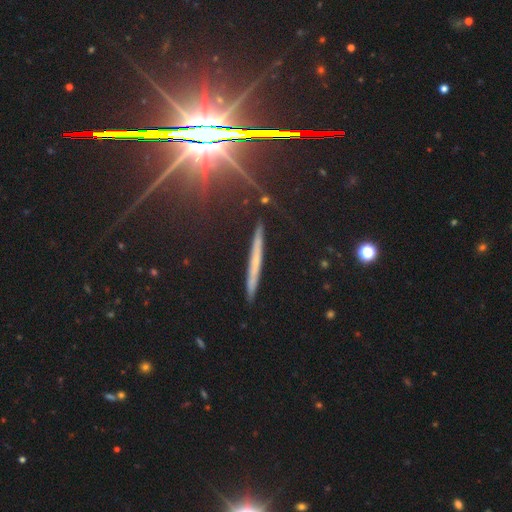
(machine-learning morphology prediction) smooth_or_featured: featured or disk (p=0.50) [alt: smooth p=0.28]
disk_edge_on: yes (p=0.95) [alt: no p=0.05]
merging: none (p=0.87) [alt: minor disturbance p=0.09]